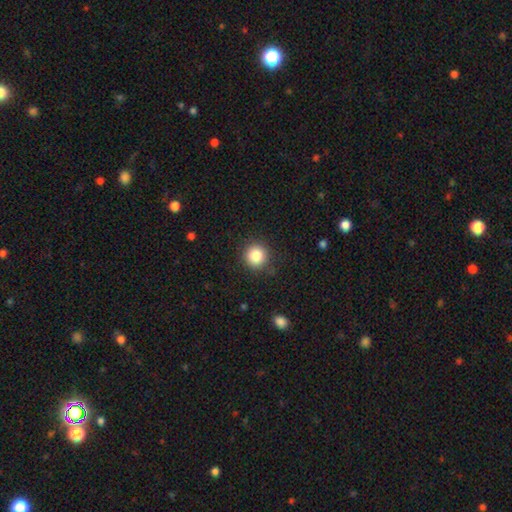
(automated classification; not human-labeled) Smooth or featured? Predicted: smooth (p=0.85). How rounded? Predicted: round (p=0.94). Merging? Predicted: none (p=0.88).